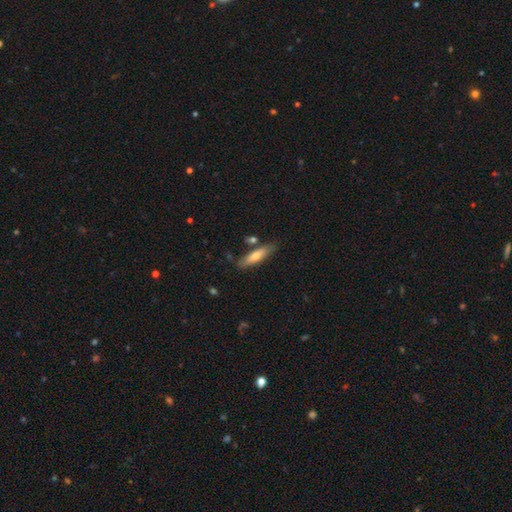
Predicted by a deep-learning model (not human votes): This appears to be a smooth galaxy with no disk features (62%) that is cigar-shaped (73%). Merging: none (79%).